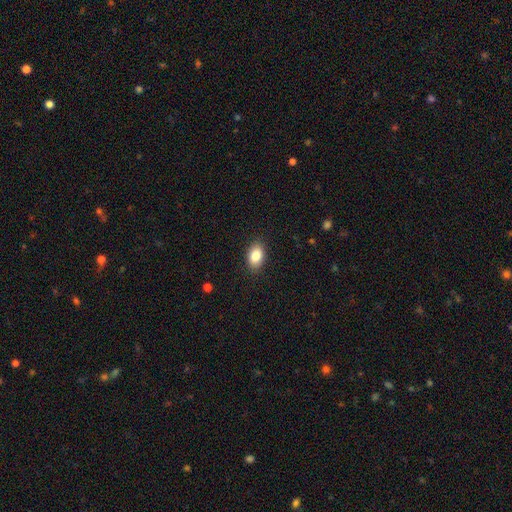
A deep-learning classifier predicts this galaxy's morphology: Smooth or featured: smooth — 85% (star or artifact — 8%)
How rounded: in between — 88% (round — 10%)
Merging: none — 89% (minor disturbance — 8%)